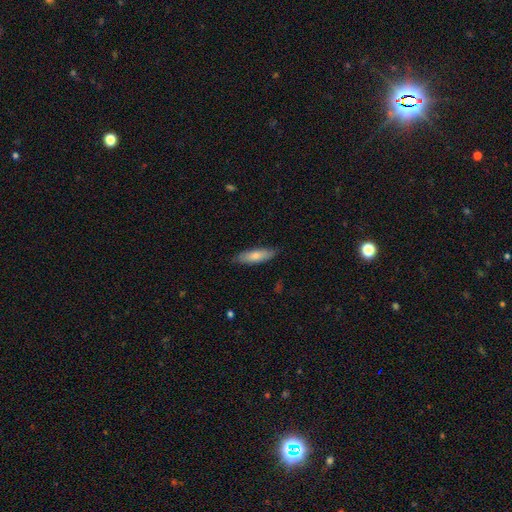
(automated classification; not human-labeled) This appears to be a smooth galaxy with no disk features (73%) that is cigar-shaped (51%). Merging: none (82%).